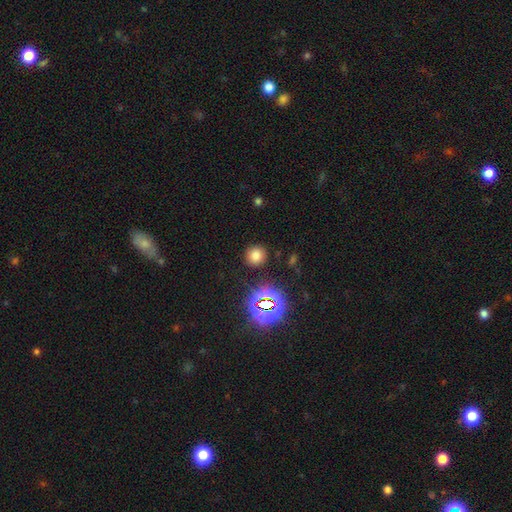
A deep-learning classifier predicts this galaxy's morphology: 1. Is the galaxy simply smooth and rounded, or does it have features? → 71% smooth, 22% star or artifact, 8% featured or disk.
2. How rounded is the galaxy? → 89% round, 10% in between, 1% cigar-shaped.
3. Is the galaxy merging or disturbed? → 88% none, 7% minor disturbance, 3% major disturbance, 2% merger.